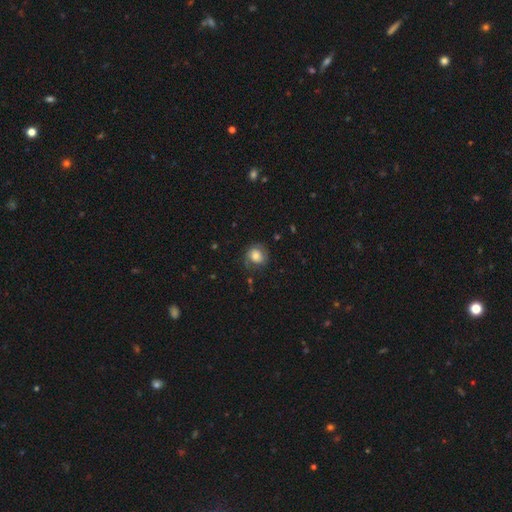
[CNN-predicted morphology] Smooth or featured?
  - smooth: 52% *
  - featured or disk: 39%
  - star or artifact: 9%
How rounded?
  - round: 77% *
  - in between: 22%
  - cigar-shaped: 1%
Merging?
  - none: 68% *
  - minor disturbance: 20%
  - major disturbance: 10%
  - merger: 2%